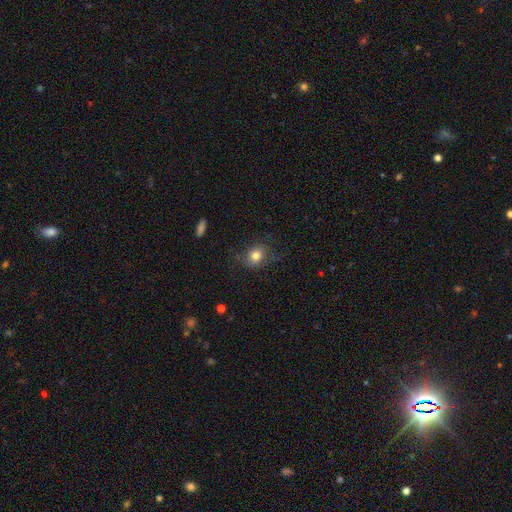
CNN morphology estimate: smooth 79%, featured or disk 12%, star or artifact 10%. Down the decision tree: how rounded — round (57%); merging — none (68%).